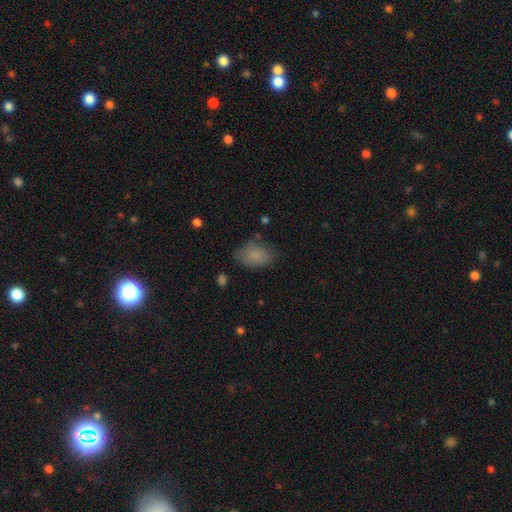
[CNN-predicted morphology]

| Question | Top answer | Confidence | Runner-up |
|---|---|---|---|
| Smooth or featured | smooth | 82% | star or artifact (9%) |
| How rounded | in between | 85% | round (14%) |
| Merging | none | 71% | minor disturbance (21%) |